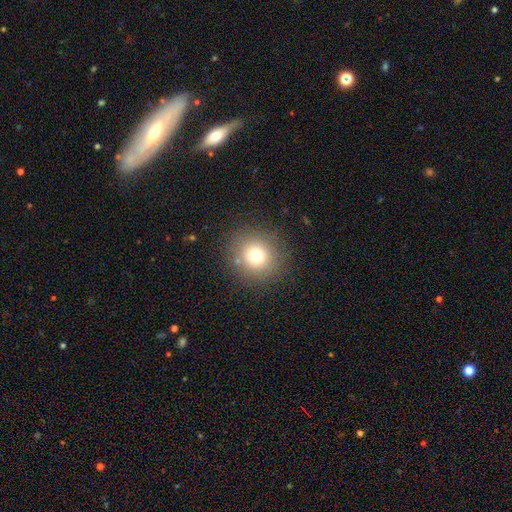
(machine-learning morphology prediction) Smooth or featured? smooth (74%)
How rounded? round (91%)
Merging? none (87%)